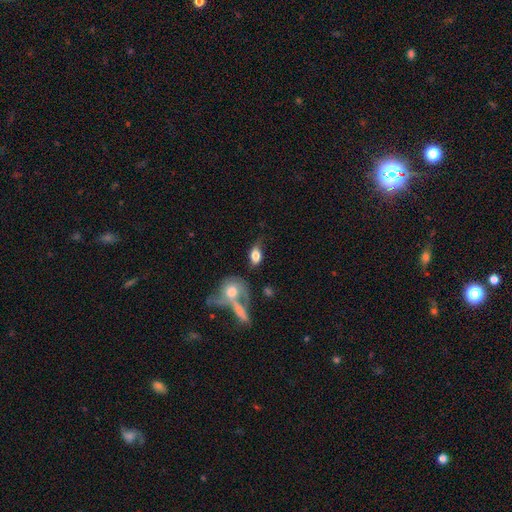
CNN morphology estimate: Overall: smooth (73%). How rounded: in between (84%). Merging: none (37%; minor disturbance 27%).